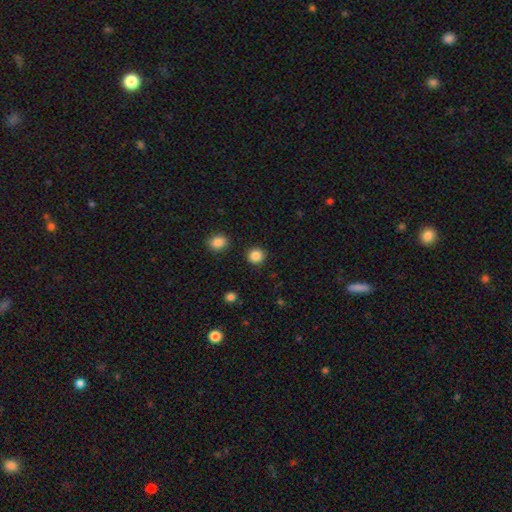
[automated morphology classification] Smooth or featured? Predicted: smooth (p=0.86). How rounded? Predicted: round (p=0.91). Merging? Predicted: none (p=0.91).